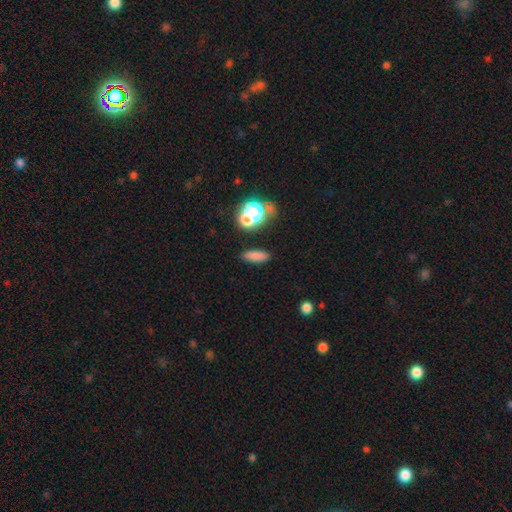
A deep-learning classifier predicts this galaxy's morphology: A smooth galaxy with no disk features (76%) that is in between round and cigar-shaped (51%).

Vote fractions:
- Smooth or featured? smooth: 76% / star or artifact: 15% / featured or disk: 9%
- How rounded? in between: 51% / cigar-shaped: 41% / round: 8%
- Merging? none: 81% / minor disturbance: 10% / merger: 4% / major disturbance: 4%